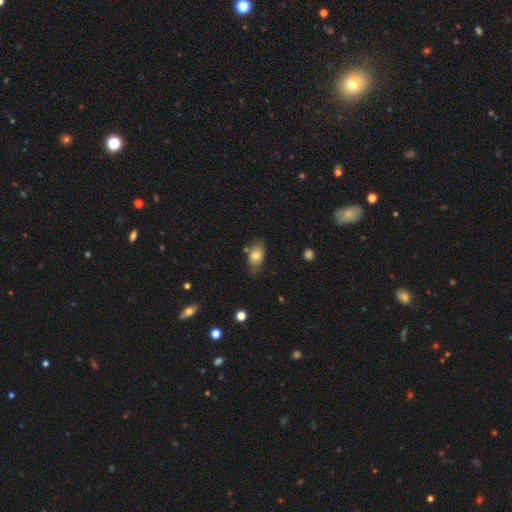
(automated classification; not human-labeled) A smooth galaxy with no disk features (70%) that is in between round and cigar-shaped (86%).

Vote fractions:
- Smooth or featured? smooth: 70% / featured or disk: 22% / star or artifact: 8%
- How rounded? in between: 86% / round: 11% / cigar-shaped: 3%
- Merging? none: 62% / minor disturbance: 26% / major disturbance: 7% / merger: 5%